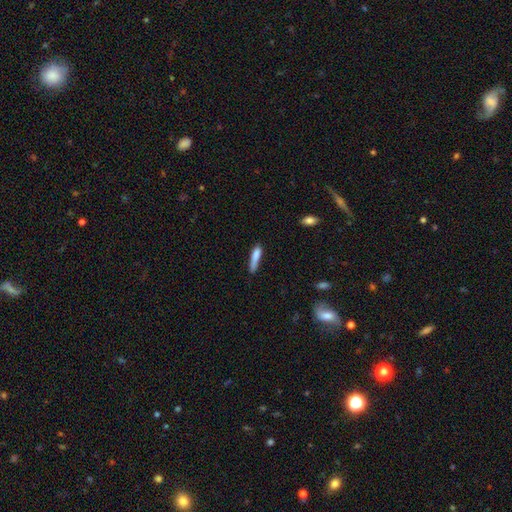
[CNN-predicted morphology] This is likely a smooth galaxy (79%). How rounded: clearly cigar-shaped (82%). Merging: possibly none (55%).